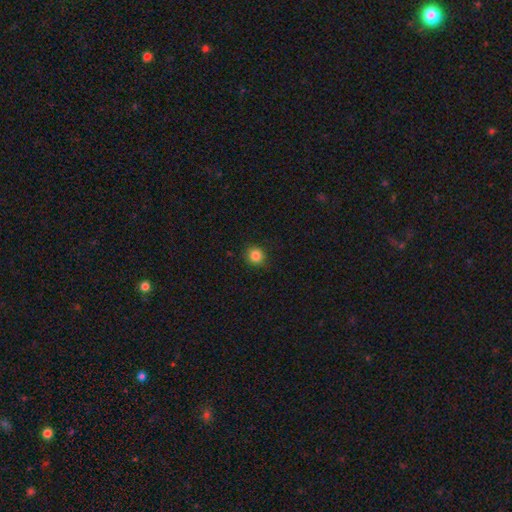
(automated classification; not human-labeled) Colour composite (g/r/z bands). It shows a smooth galaxy with no disk features (84%) that is round (91%). Merging: none (90%).